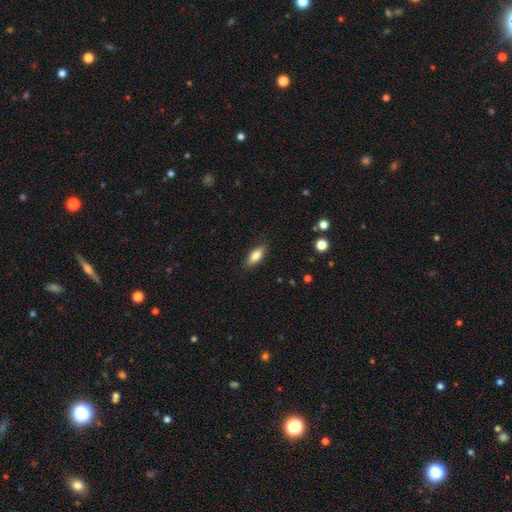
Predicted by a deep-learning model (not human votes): Smooth or featured? smooth (77%)
How rounded? in between (72%)
Merging? none (86%)